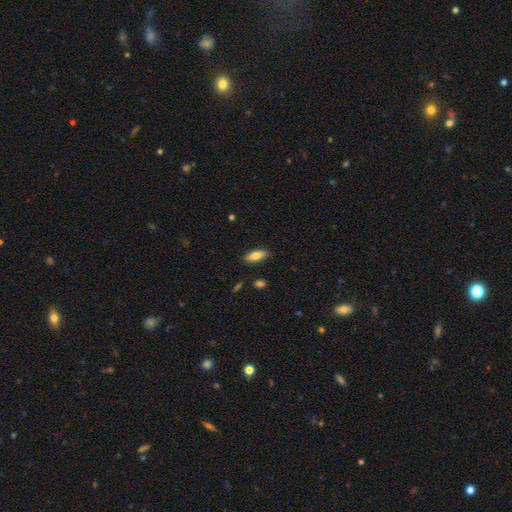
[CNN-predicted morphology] smooth_or_featured: smooth (p=0.83) [alt: featured or disk p=0.11]
how_rounded: in between (p=0.79) [alt: cigar-shaped p=0.18]
merging: none (p=0.87) [alt: minor disturbance p=0.09]